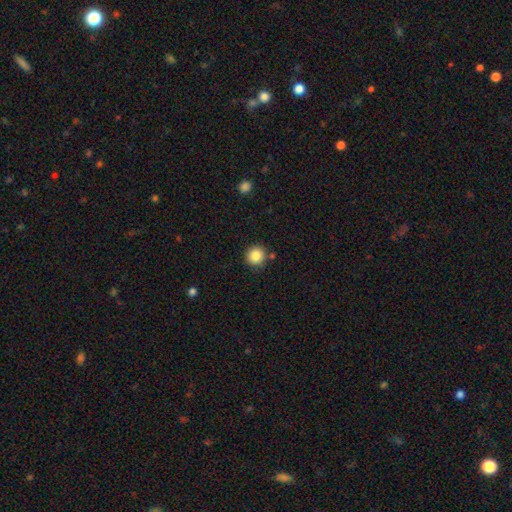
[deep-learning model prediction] Smooth or featured? smooth (85%)
How rounded? round (92%)
Merging? none (85%)